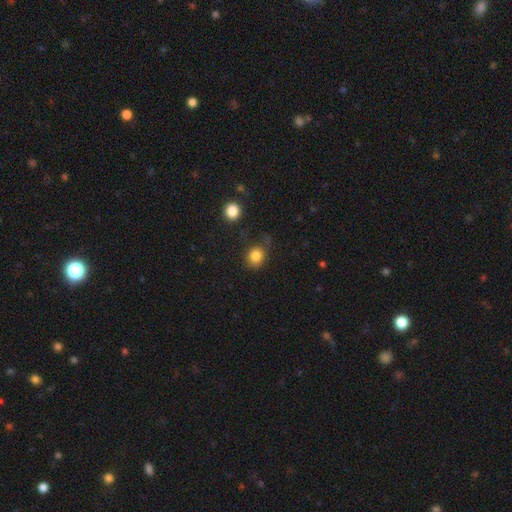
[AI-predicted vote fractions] The model was most divided on "how rounded": round: 73%, in between: 26%, cigar-shaped: 1%. More confident: smooth or featured — smooth (83%); merging — none (71%).